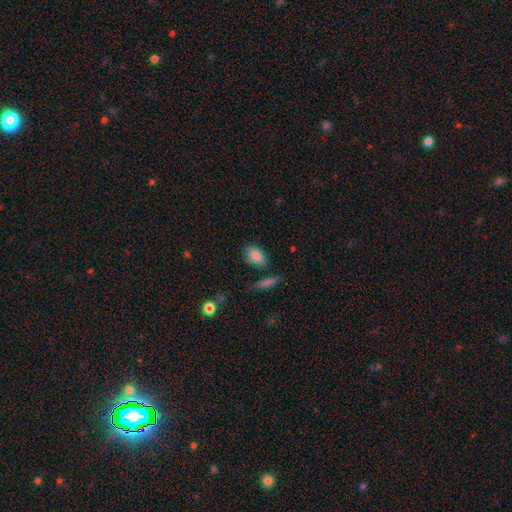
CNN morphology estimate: This is clearly a smooth galaxy (84%). How rounded: clearly in between (85%). Merging: likely none (74%).